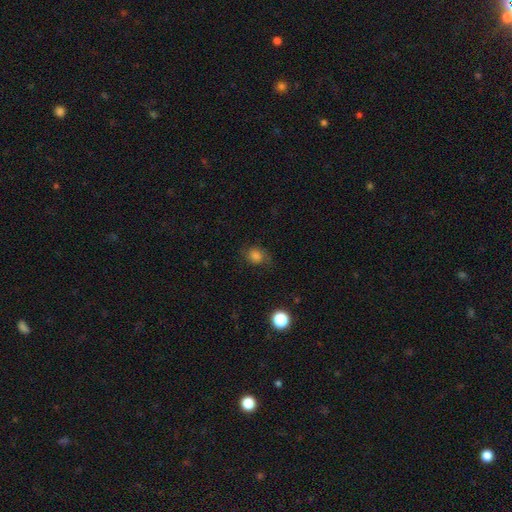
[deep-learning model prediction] smooth_or_featured: smooth (p=0.76) [alt: star or artifact p=0.13]
how_rounded: round (p=0.64) [alt: in between p=0.35]
merging: none (p=0.64) [alt: minor disturbance p=0.24]